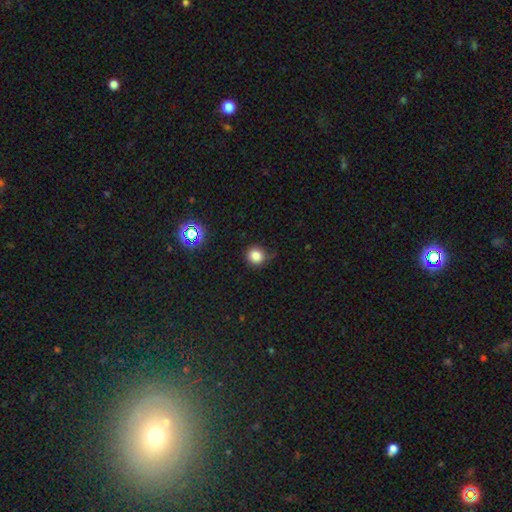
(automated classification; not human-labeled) smooth 81%, star or artifact 14%, featured or disk 5%. Down the decision tree: how rounded — round (91%); merging — none (78%).